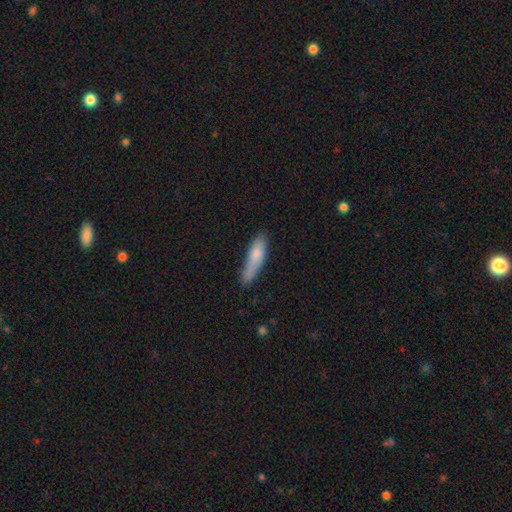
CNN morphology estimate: Smooth or featured: smooth — 77% (featured or disk — 17%)
How rounded: cigar-shaped — 69% (in between — 29%)
Merging: none — 57% (minor disturbance — 30%)